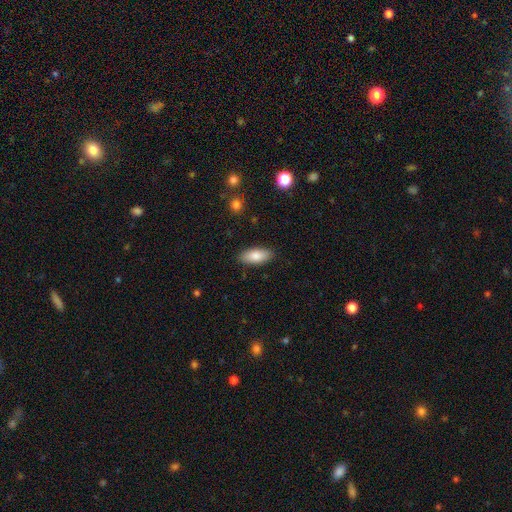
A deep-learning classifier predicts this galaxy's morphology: type=smooth (83%); roundness=in between (83%); merging=none (88%).